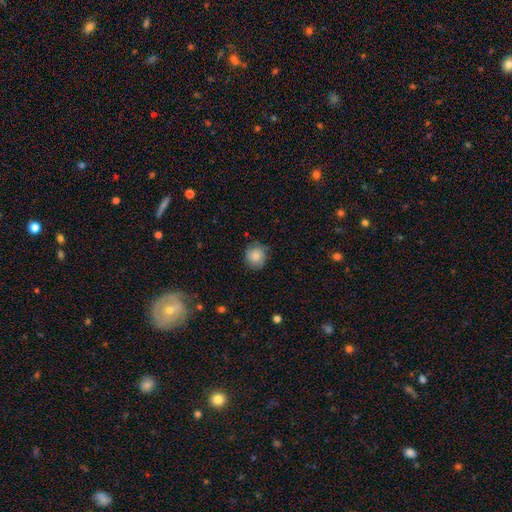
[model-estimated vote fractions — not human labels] A smooth galaxy with no disk features (74%) that is round (85%).

Vote fractions:
- Smooth or featured? smooth: 74% / featured or disk: 17% / star or artifact: 8%
- How rounded? round: 85% / in between: 14% / cigar-shaped: 1%
- Merging? none: 75% / minor disturbance: 19% / major disturbance: 5% / merger: 1%